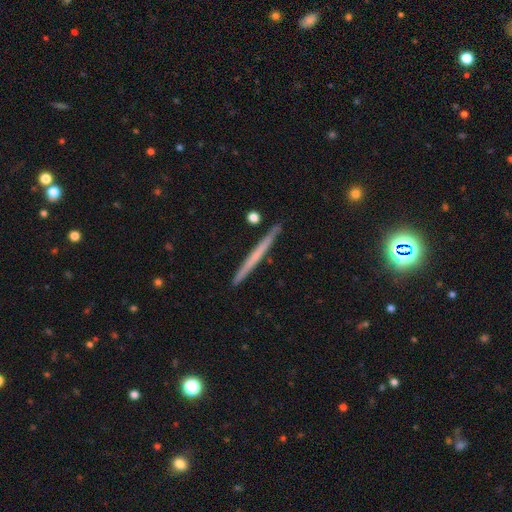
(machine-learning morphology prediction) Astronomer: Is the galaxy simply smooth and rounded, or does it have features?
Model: featured or disk — 47%, tied with smooth at 47%.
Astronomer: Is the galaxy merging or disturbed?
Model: none — 91%.